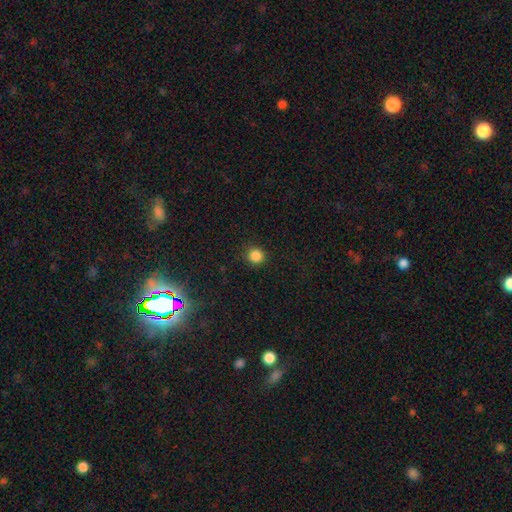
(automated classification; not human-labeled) A smooth galaxy with no disk features (85%) that is round (93%). Merging: none (90%).